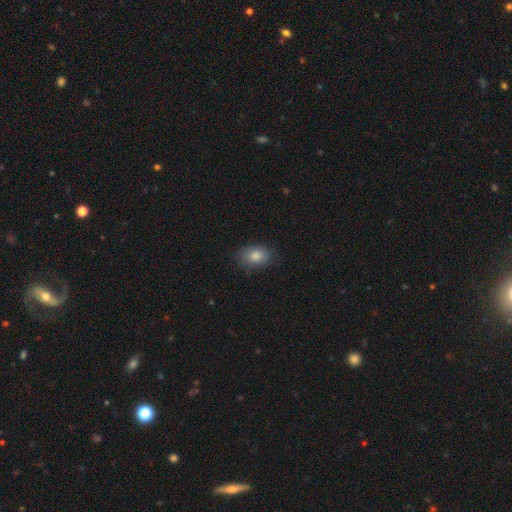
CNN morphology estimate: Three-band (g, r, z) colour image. It shows a smooth galaxy with no disk features (82%) that is in between round and cigar-shaped (79%). Merging: none (83%).